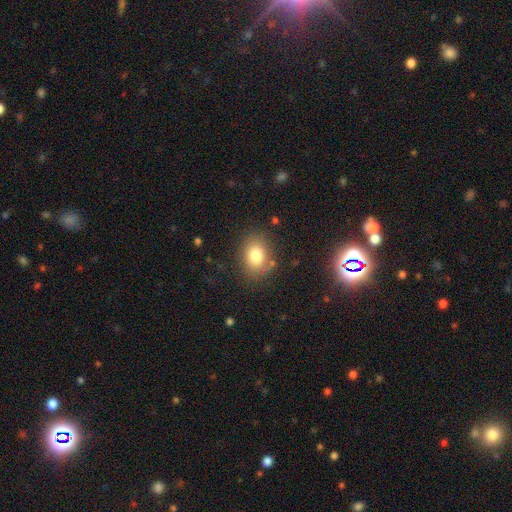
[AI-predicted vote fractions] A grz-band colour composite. It shows a smooth galaxy with no disk features (79%) that is in between round and cigar-shaped (58%). Merging: none (79%).